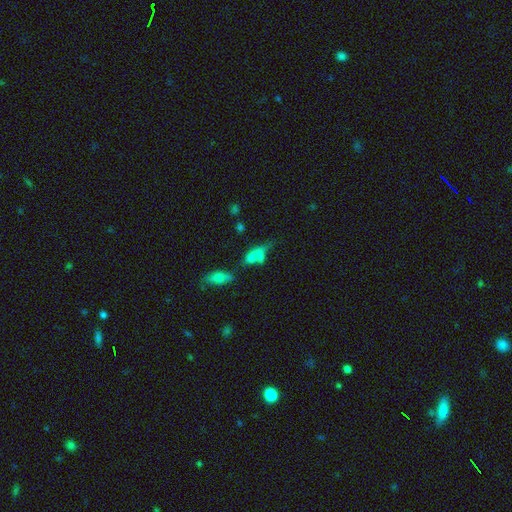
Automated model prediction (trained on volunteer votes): A smooth galaxy with no disk features (62%) that is in between round and cigar-shaped (69%).

Vote fractions:
- Smooth or featured? smooth: 62% / featured or disk: 23% / star or artifact: 15%
- How rounded? in between: 69% / cigar-shaped: 22% / round: 9%
- Merging? merger: 43% / none: 29% / minor disturbance: 16% / major disturbance: 13%